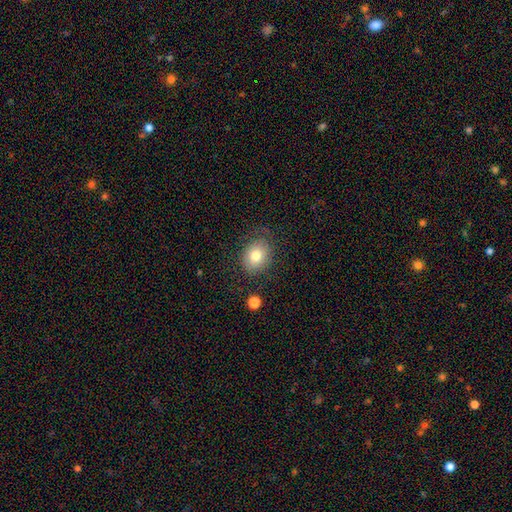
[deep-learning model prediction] A smooth galaxy with no disk features (77%) that is round (58%).

Vote fractions:
- Smooth or featured? smooth: 77% / featured or disk: 13% / star or artifact: 10%
- How rounded? round: 58% / in between: 41% / cigar-shaped: 1%
- Merging? none: 73% / minor disturbance: 17% / major disturbance: 8% / merger: 2%